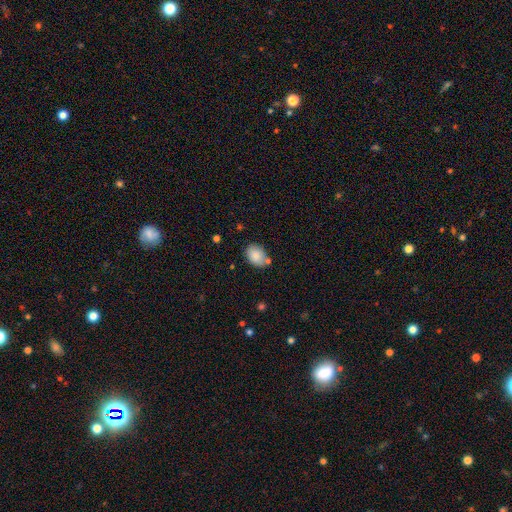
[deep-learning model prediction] Q: Smooth or featured?
A: smooth (86%); runner-up: star or artifact (7%)
Q: How rounded?
A: in between (78%); runner-up: round (21%)
Q: Merging?
A: none (70%); runner-up: minor disturbance (18%)